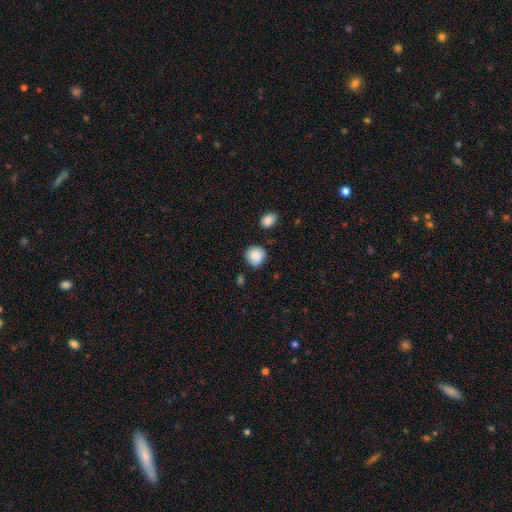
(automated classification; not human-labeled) Smooth or featured? smooth (85%)
How rounded? round (90%)
Merging? none (77%)